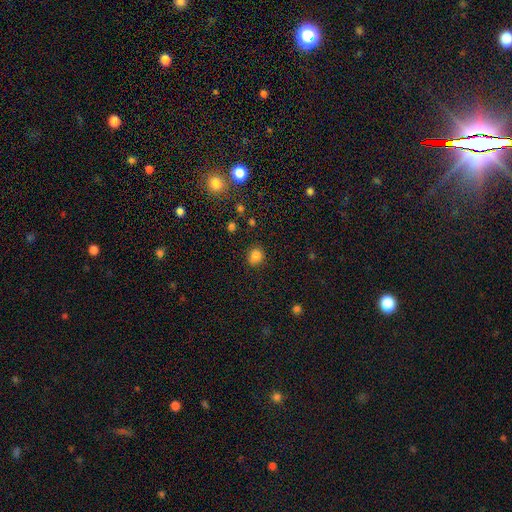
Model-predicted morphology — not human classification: type=smooth (82%); roundness=round (72%); merging=none (81%).